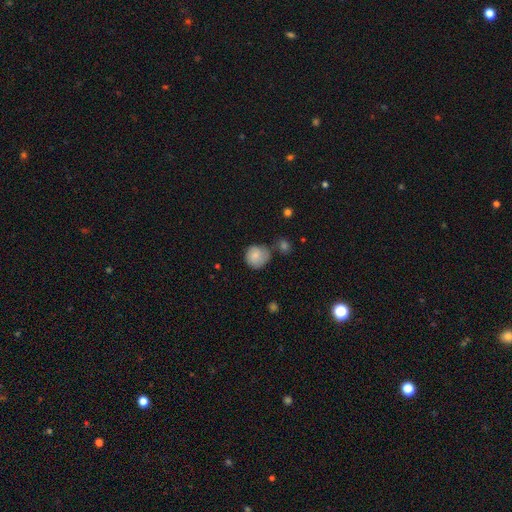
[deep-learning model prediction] Smooth or featured? smooth (81%)
How rounded? round (86%)
Merging? none (57%)